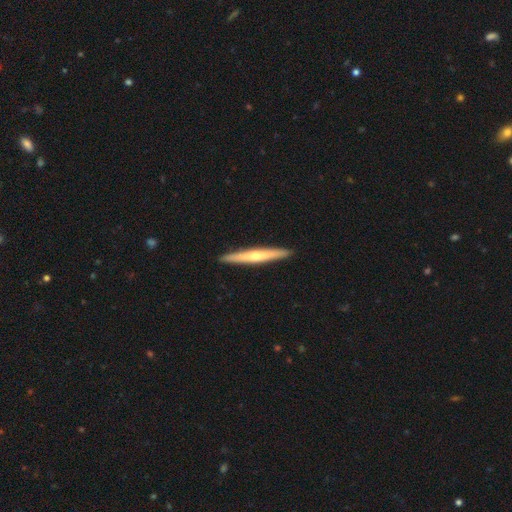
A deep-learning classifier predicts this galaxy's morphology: This is possibly a featured or disk galaxy (57%). It is clearly viewed edge-on (96%). Edge-on bulge: likely rounded (76%). Merging: clearly none (93%).